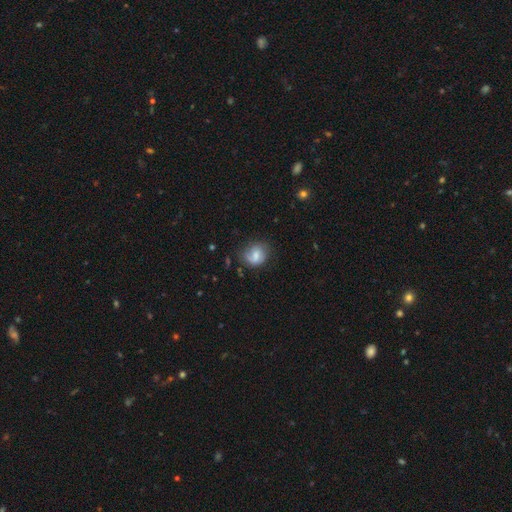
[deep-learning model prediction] Overall: smooth (49%; featured or disk 42%). Merging: none (61%; minor disturbance 25%).